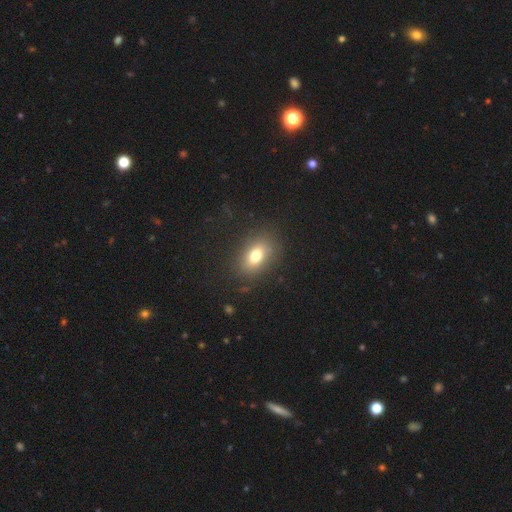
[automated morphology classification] Smooth or featured: smooth — 74% (featured or disk — 14%)
How rounded: in between — 77% (round — 20%)
Merging: none — 82% (minor disturbance — 11%)